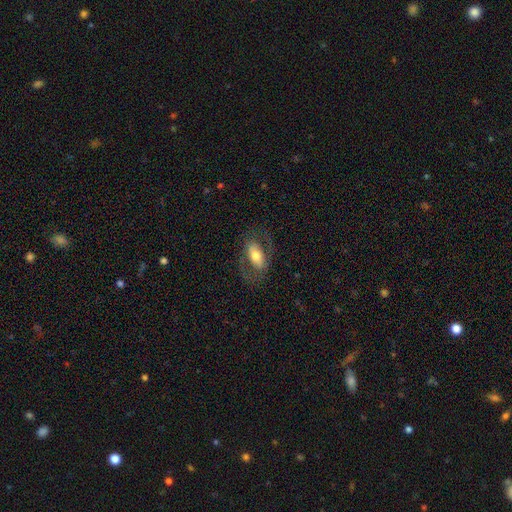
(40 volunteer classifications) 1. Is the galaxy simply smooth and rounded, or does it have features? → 60% smooth, 35% featured or disk, 5% star or artifact.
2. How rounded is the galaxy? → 96% in between, 4% round, 0% cigar-shaped.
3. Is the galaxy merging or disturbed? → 66% none, 18% minor disturbance, 16% major disturbance, 0% merger.